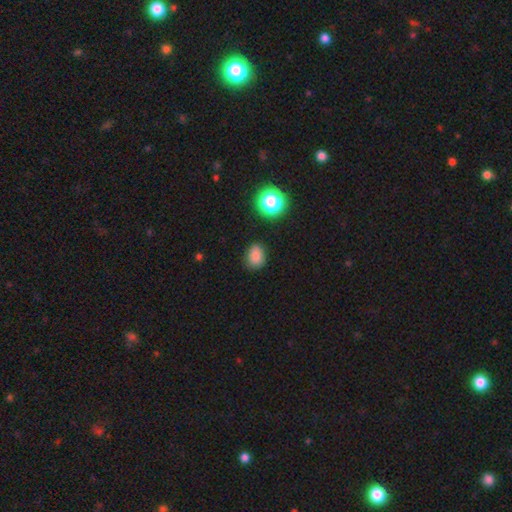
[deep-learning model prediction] Smooth or featured?
  - smooth: 80% *
  - star or artifact: 14%
  - featured or disk: 6%
How rounded?
  - in between: 54% *
  - round: 45%
  - cigar-shaped: 1%
Merging?
  - none: 79% *
  - minor disturbance: 16%
  - major disturbance: 4%
  - merger: 2%